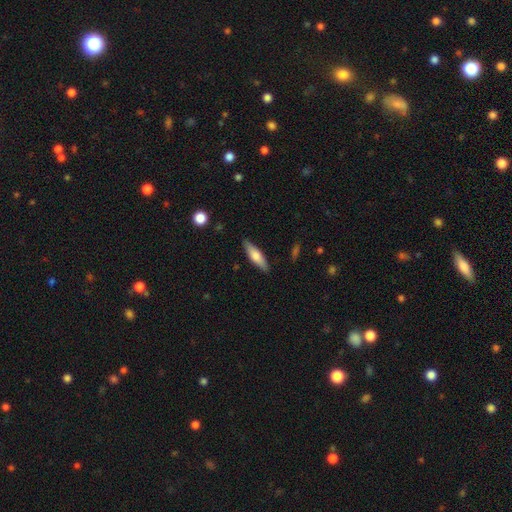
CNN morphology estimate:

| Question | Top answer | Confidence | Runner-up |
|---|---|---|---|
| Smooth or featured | smooth | 64% | featured or disk (30%) |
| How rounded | cigar-shaped | 64% | in between (34%) |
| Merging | none | 87% | minor disturbance (10%) |